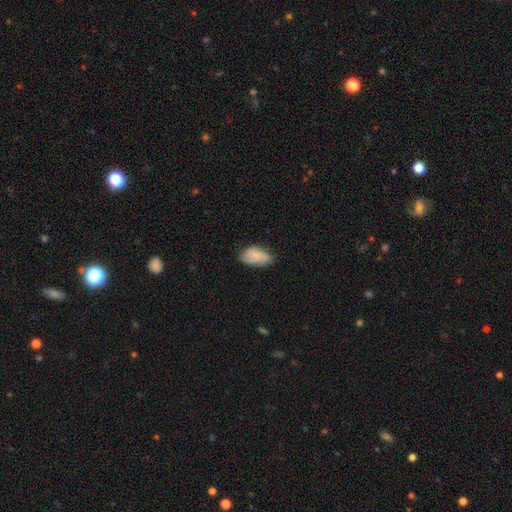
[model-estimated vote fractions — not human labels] Smooth or featured?
  - smooth: 80% *
  - featured or disk: 13%
  - star or artifact: 7%
How rounded?
  - in between: 94% *
  - round: 4%
  - cigar-shaped: 3%
Merging?
  - none: 60% *
  - minor disturbance: 32%
  - major disturbance: 6%
  - merger: 2%